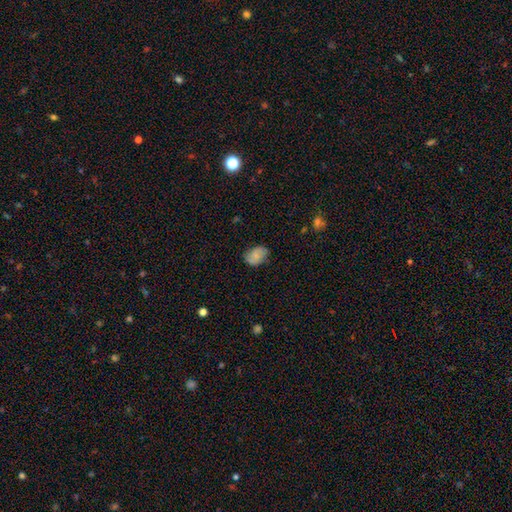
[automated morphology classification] Overall: smooth (66%). How rounded: in between (79%). Merging: none (73%).